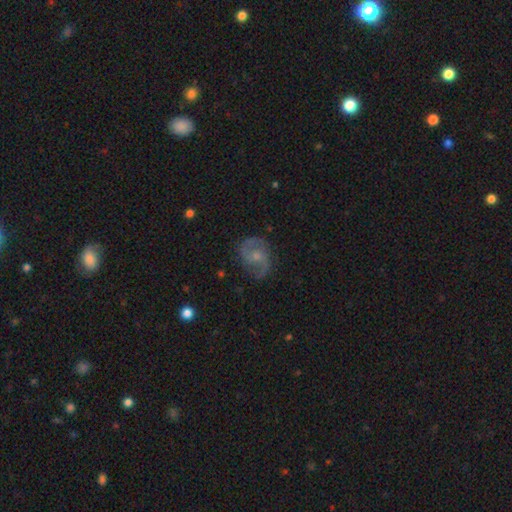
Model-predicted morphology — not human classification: This is clearly a featured or disk galaxy (82%). It is clearly not viewed edge-on (98%). Bar: possibly no (57%). Spiral arm pattern: clearly yes (95%). Spiral arm count: clearly 2 (89%). Spiral winding: possibly medium (54%). Central bulge: possibly small (51%). Merging: likely none (74%).